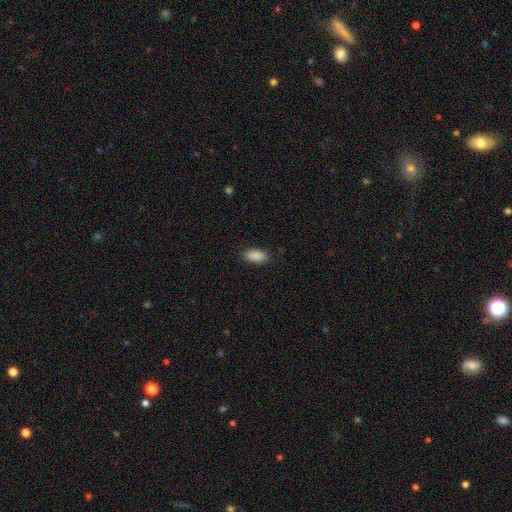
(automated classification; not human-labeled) The model was most divided on "merging": none: 86%, minor disturbance: 10%, major disturbance: 3%, merger: 1%. More confident: how rounded — in between (91%); smooth or featured — smooth (89%).